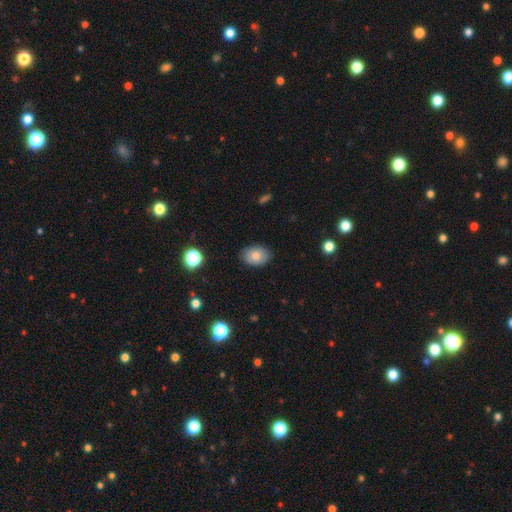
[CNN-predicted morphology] Q: Smooth or featured?
A: smooth (78%); runner-up: featured or disk (13%)
Q: How rounded?
A: in between (77%); runner-up: round (22%)
Q: Merging?
A: none (86%); runner-up: minor disturbance (11%)